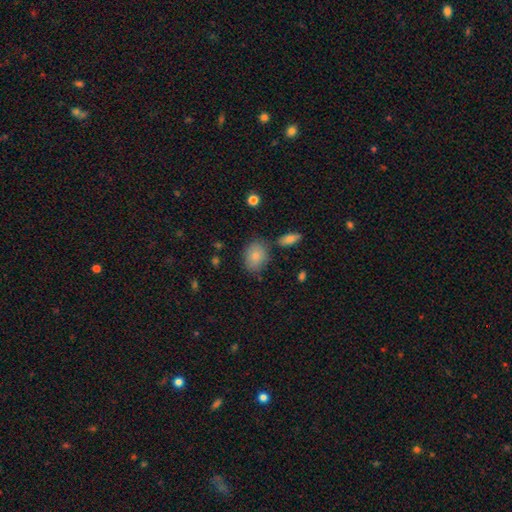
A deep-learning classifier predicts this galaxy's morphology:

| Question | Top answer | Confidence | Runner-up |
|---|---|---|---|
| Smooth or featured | smooth | 84% | featured or disk (8%) |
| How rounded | in between | 68% | round (31%) |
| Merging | none | 73% | minor disturbance (16%) |